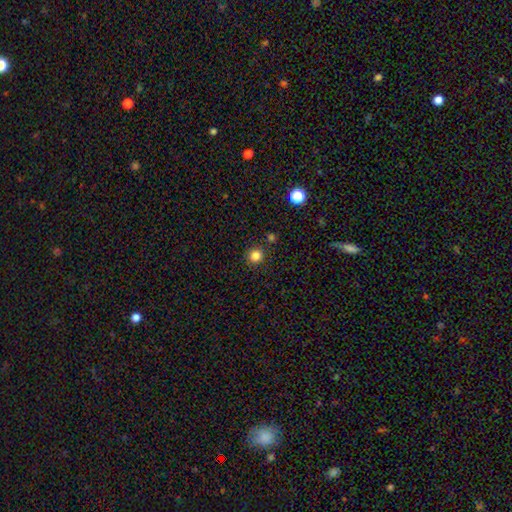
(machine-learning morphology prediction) Q: Smooth or featured?
A: smooth (83%); runner-up: star or artifact (13%)
Q: How rounded?
A: round (93%); runner-up: in between (6%)
Q: Merging?
A: none (88%); runner-up: minor disturbance (6%)